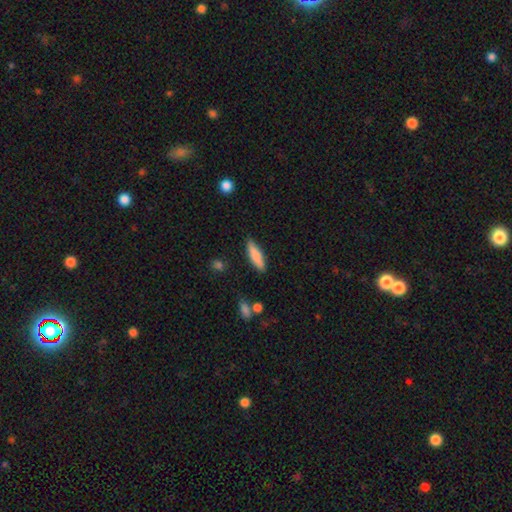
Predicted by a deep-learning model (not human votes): Smooth or featured? smooth (81%)
How rounded? cigar-shaped (62%)
Merging? none (83%)